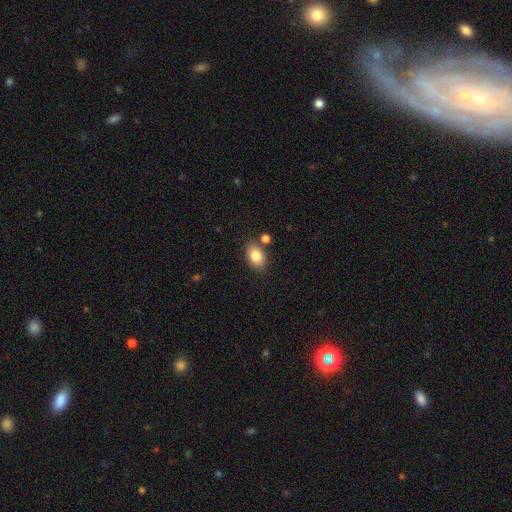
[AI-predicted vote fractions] Morphology: type=smooth (84%); roundness=in between (81%); merging=none (76%).